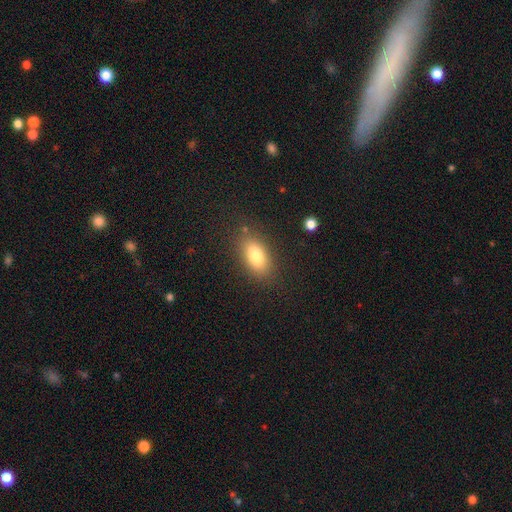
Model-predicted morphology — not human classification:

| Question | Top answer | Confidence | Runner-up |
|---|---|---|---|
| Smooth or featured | smooth | 80% | featured or disk (11%) |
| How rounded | in between | 87% | cigar-shaped (7%) |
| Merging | none | 83% | minor disturbance (11%) |